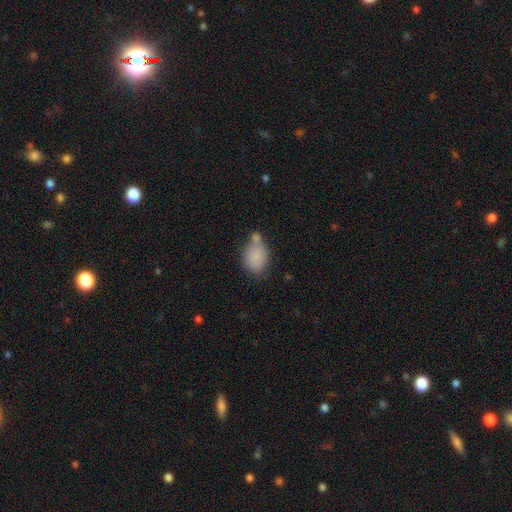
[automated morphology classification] type=smooth (80%); roundness=in between (73%); merging=none (38%).